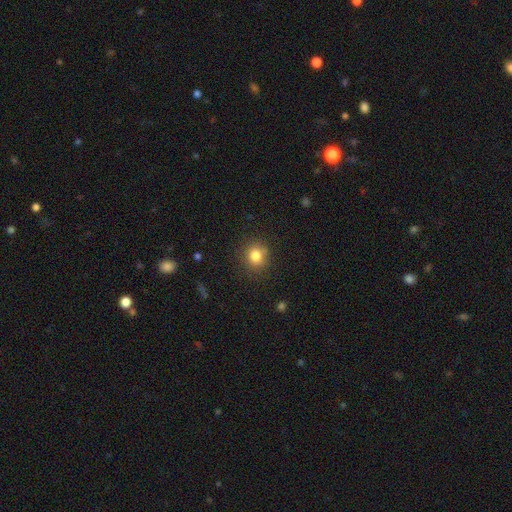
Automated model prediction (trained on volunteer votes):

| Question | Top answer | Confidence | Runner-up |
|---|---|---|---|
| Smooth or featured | smooth | 82% | star or artifact (12%) |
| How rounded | round | 82% | in between (18%) |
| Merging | none | 83% | minor disturbance (11%) |